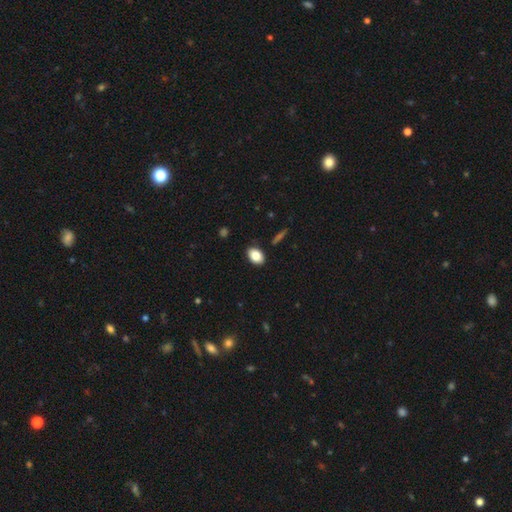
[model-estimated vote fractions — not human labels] This is clearly a smooth galaxy (83%). How rounded: clearly in between (83%). Merging: clearly none (87%).